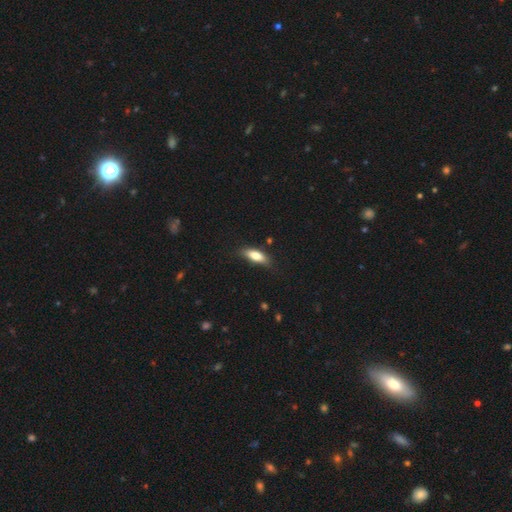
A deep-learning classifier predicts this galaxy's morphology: Q: Smooth or featured?
A: smooth (78%); runner-up: featured or disk (16%)
Q: How rounded?
A: in between (67%); runner-up: cigar-shaped (30%)
Q: Merging?
A: none (72%); runner-up: minor disturbance (21%)